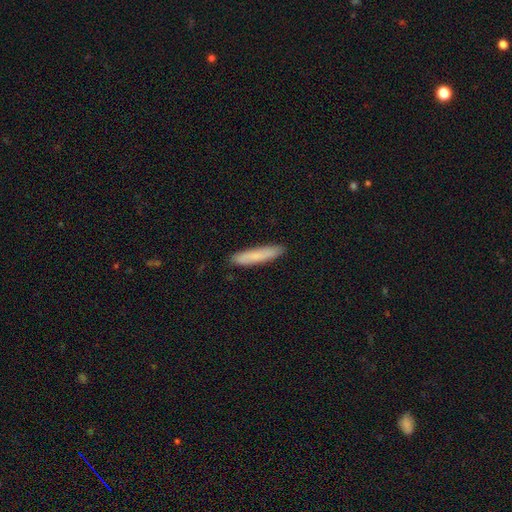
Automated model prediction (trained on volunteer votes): A smooth galaxy with no disk features (80%) that is cigar-shaped (90%). Merging: none (89%).